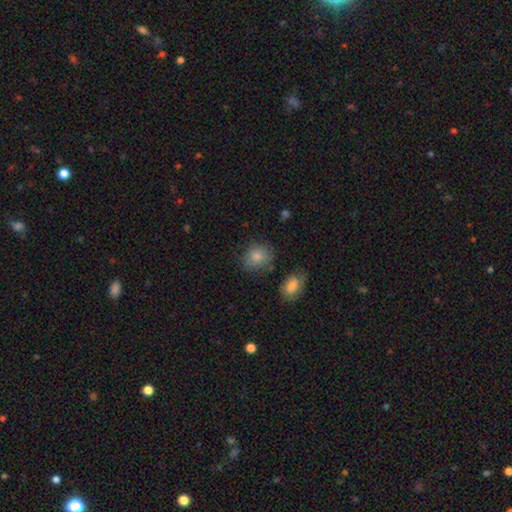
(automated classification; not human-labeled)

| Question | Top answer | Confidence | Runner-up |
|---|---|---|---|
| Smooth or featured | smooth | 76% | star or artifact (14%) |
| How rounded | round | 67% | in between (32%) |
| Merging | none | 77% | minor disturbance (15%) |